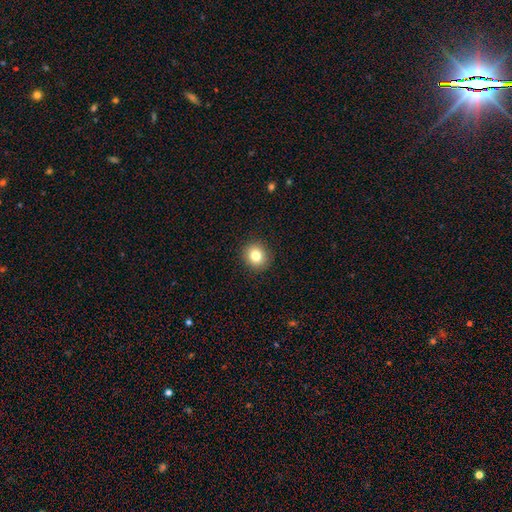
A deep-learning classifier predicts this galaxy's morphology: type=smooth (81%); roundness=round (84%); merging=none (91%).